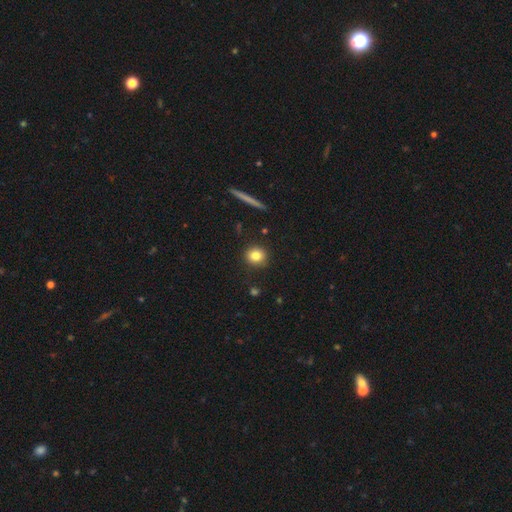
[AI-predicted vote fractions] smooth_or_featured: smooth (p=0.81) [alt: star or artifact p=0.10]
how_rounded: round (p=0.89) [alt: in between p=0.09]
merging: none (p=0.90) [alt: minor disturbance p=0.07]